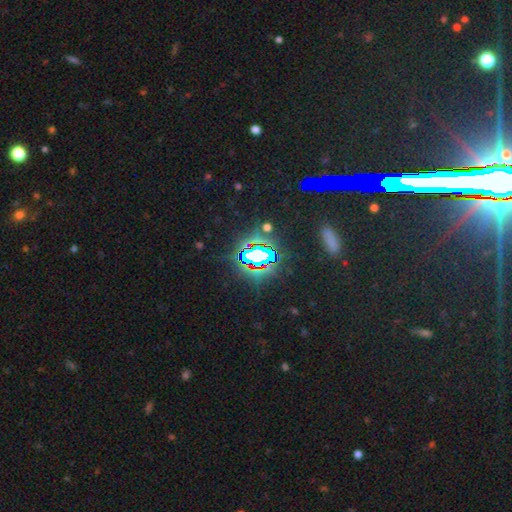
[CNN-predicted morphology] Smooth or featured?
  - star or artifact: 77% *
  - smooth: 13%
  - featured or disk: 11%